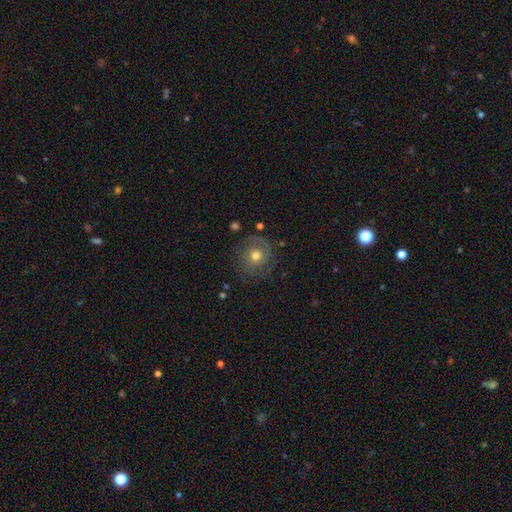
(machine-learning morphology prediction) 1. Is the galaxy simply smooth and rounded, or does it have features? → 47% featured or disk, 41% smooth, 11% star or artifact.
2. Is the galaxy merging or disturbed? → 74% none, 16% minor disturbance, 9% major disturbance, 2% merger.